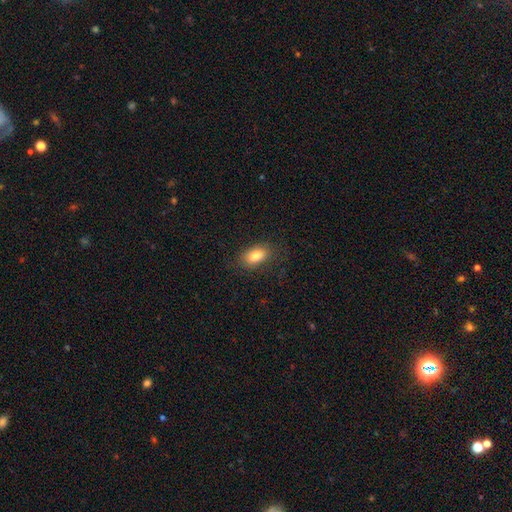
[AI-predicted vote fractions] Smooth or featured?
  - smooth: 81% *
  - featured or disk: 10%
  - star or artifact: 8%
How rounded?
  - in between: 89% *
  - round: 8%
  - cigar-shaped: 3%
Merging?
  - none: 81% *
  - minor disturbance: 13%
  - major disturbance: 5%
  - merger: 1%